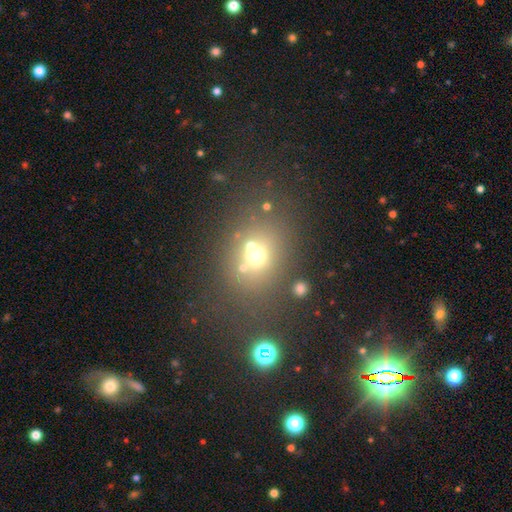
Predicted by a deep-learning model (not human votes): Q: Smooth or featured?
A: smooth (59%); runner-up: star or artifact (23%)
Q: How rounded?
A: round (60%); runner-up: in between (39%)
Q: Merging?
A: none (60%); runner-up: merger (21%)